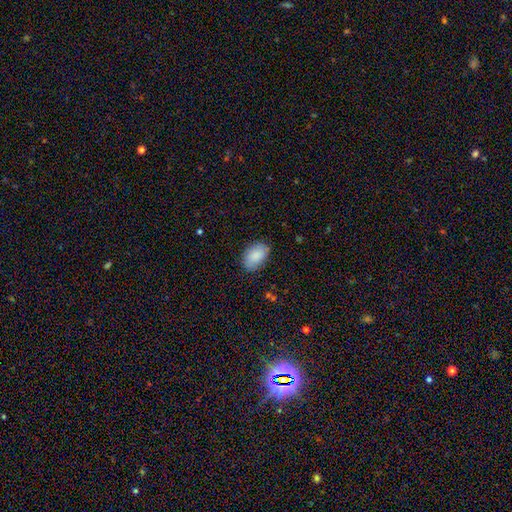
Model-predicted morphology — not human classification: Smooth or featured? Predicted: smooth (p=0.88). How rounded? Predicted: in between (p=0.92). Merging? Predicted: none (p=0.82).